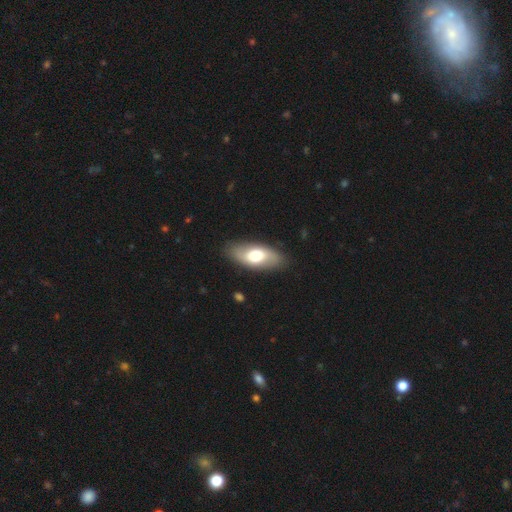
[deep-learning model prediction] Morphology: type=smooth (58%); roundness=in between (89%); merging=none (86%).